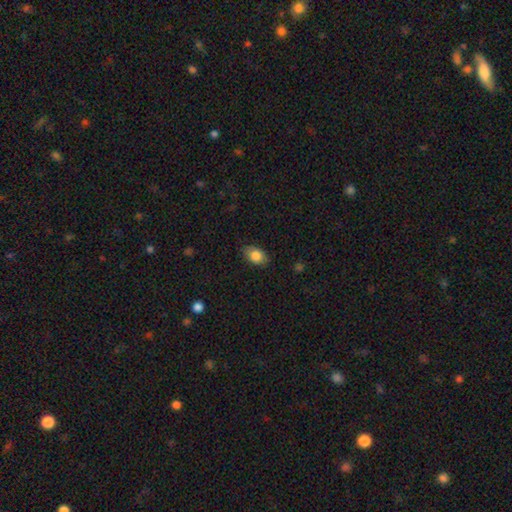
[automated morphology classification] The model was most divided on "merging": none: 83%, minor disturbance: 14%, major disturbance: 3%, merger: 1%. More confident: how rounded — in between (85%); smooth or featured — smooth (83%).